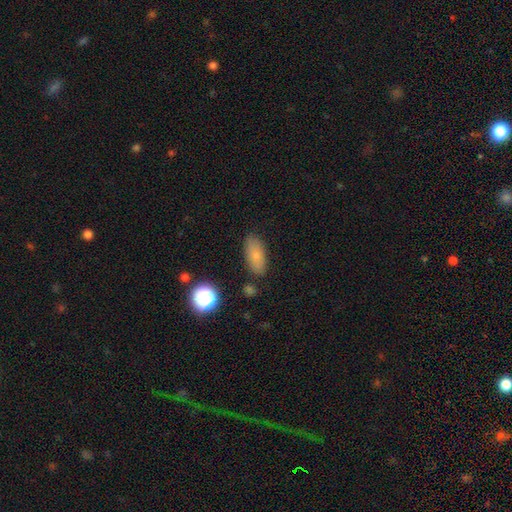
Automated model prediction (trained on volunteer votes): Q: Smooth or featured?
A: smooth (79%); runner-up: featured or disk (11%)
Q: How rounded?
A: in between (82%); runner-up: cigar-shaped (13%)
Q: Merging?
A: none (81%); runner-up: minor disturbance (13%)